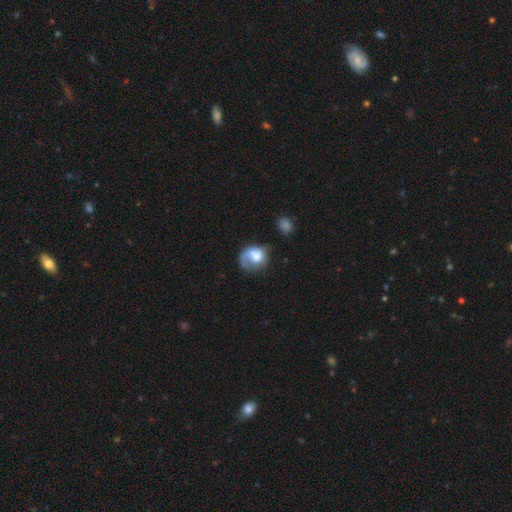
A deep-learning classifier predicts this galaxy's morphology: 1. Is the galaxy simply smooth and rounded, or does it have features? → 54% smooth, 38% featured or disk, 8% star or artifact.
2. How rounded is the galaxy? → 58% round, 41% in between, 1% cigar-shaped.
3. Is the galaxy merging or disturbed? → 35% major disturbance, 34% none, 25% minor disturbance, 7% merger.